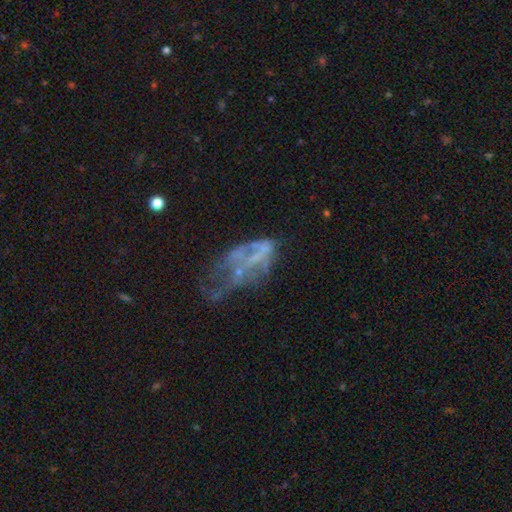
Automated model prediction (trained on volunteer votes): smooth-or-featured: featured or disk: 58% | smooth: 21% | star or artifact: 21%
  disk-edge-on: no: 95% | yes: 5%
    bar: no: 87% | weak: 9% | strong: 4%
    has-spiral-arms: no: 87% | yes: 13%
    bulge-size: none: 75% | small: 16% | moderate: 6% | large: 2% | dominant: 1%
  merging: major disturbance: 41% | none: 28% | minor disturbance: 21% | merger: 10%